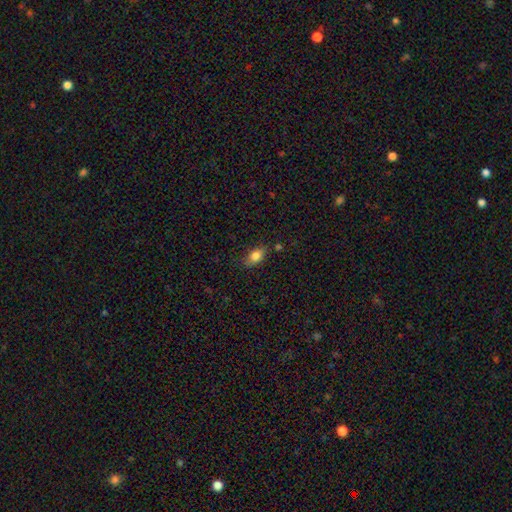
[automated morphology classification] Smooth or featured: smooth — 83% (featured or disk — 9%)
How rounded: in between — 83% (round — 13%)
Merging: none — 74% (minor disturbance — 19%)